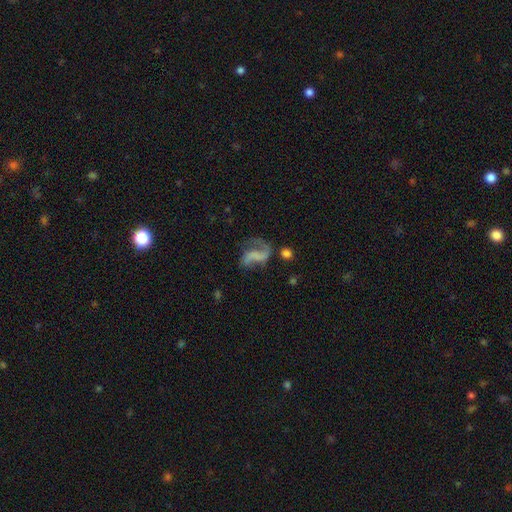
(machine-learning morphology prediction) A featured or disk galaxy (70%) with no bar (51%), 2 (80%) loose (72%) spiral arms (85%) and no central bulge (70%).

Vote fractions:
- Smooth or featured? featured or disk: 70% / smooth: 20% / star or artifact: 11%
- Edge-on disk? no: 97% / yes: 3%
- Bar? no: 51% / weak: 31% / strong: 18%
- Spiral arms? yes: 85% / no: 15%
- Spiral winding? loose: 72% / medium: 22% / tight: 6%
- Spiral arm count? 2: 80% / 1: 12% / can't tell: 4% / 3: 2% / 4: 1% / more than 4: 1%
- Bulge size? none: 70% / small: 15% / moderate: 8% / large: 5% / dominant: 2%
- Merging? none: 43% / major disturbance: 30% / minor disturbance: 20% / merger: 7%